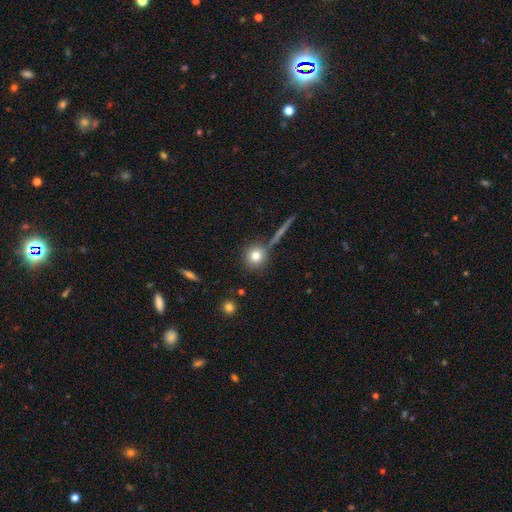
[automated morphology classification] Smooth or featured?
  - smooth: 78% *
  - featured or disk: 11%
  - star or artifact: 11%
How rounded?
  - round: 91% *
  - in between: 8%
  - cigar-shaped: 2%
Merging?
  - none: 76% *
  - merger: 11%
  - minor disturbance: 10%
  - major disturbance: 3%